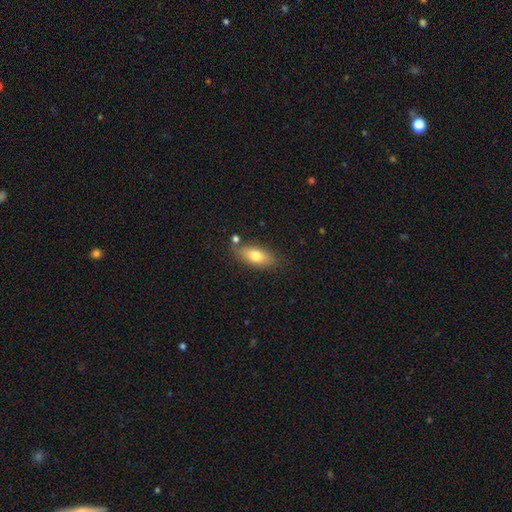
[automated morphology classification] The model was most divided on "smooth or featured": smooth: 73%, featured or disk: 20%, star or artifact: 7%. More confident: how rounded — in between (78%); merging — none (76%).